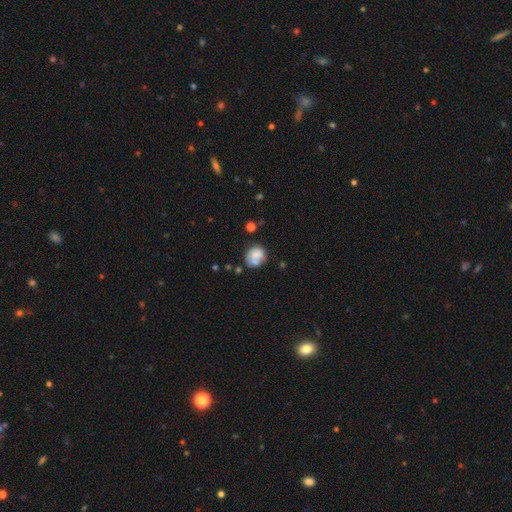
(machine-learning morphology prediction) Overall: smooth (66%). How rounded: round (69%; in between 30%). Merging: none (46%; merger 23%).